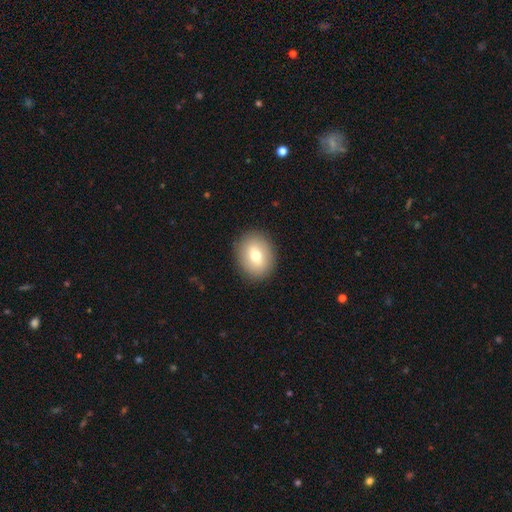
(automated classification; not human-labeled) A smooth galaxy with no disk features (69%) that is round (53%).

Vote fractions:
- Smooth or featured? smooth: 69% / featured or disk: 22% / star or artifact: 9%
- How rounded? round: 53% / in between: 46% / cigar-shaped: 1%
- Merging? none: 89% / minor disturbance: 7% / major disturbance: 2% / merger: 1%